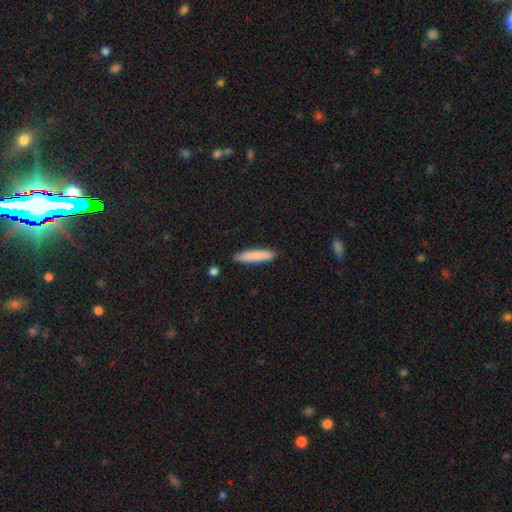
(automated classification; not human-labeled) smooth 84%, featured or disk 10%, star or artifact 6%. Down the decision tree: how rounded — cigar-shaped (82%); merging — none (87%).